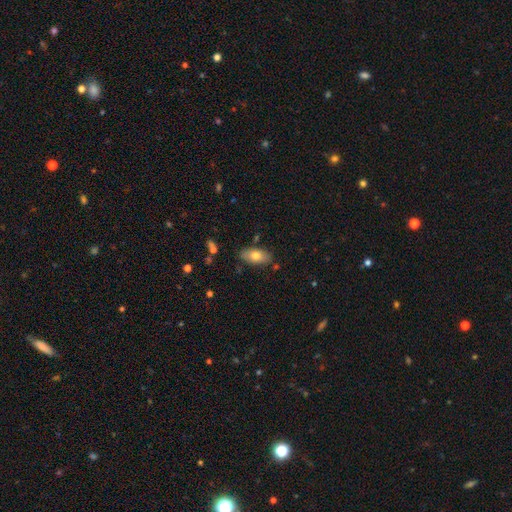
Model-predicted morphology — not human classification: smooth_or_featured: smooth (p=0.72) [alt: featured or disk p=0.21]
how_rounded: in between (p=0.88) [alt: cigar-shaped p=0.09]
merging: none (p=0.81) [alt: minor disturbance p=0.13]